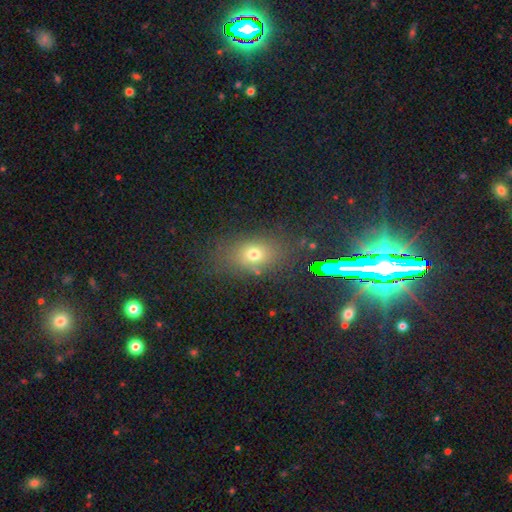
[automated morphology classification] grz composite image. It shows a smooth galaxy with no disk features (56%) that is in between round and cigar-shaped (64%). Merging: none (82%).